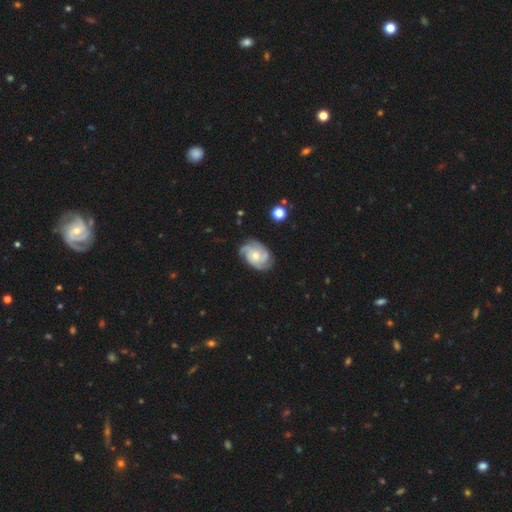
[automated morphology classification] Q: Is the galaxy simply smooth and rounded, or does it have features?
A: featured or disk — 85%.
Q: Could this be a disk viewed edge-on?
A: no — 98%.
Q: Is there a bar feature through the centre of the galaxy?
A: no — 75%.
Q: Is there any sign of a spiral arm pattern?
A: yes — 97%.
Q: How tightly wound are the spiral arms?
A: tight — 60%.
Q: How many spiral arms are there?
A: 3 — 48%.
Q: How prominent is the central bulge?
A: moderate — 53%.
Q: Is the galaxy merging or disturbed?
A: none — 76%.